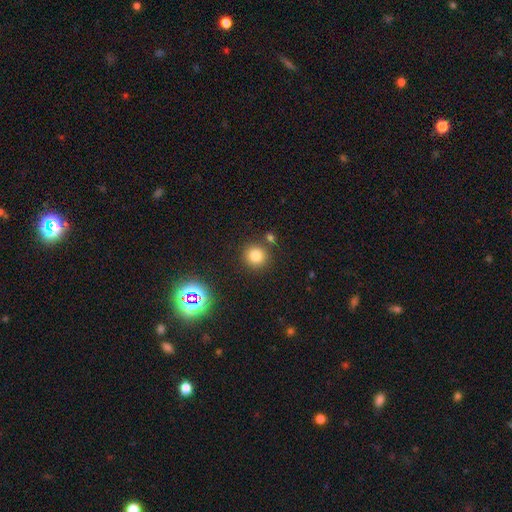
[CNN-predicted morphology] Smooth or featured?
  - smooth: 79% *
  - star or artifact: 15%
  - featured or disk: 6%
How rounded?
  - round: 92% *
  - in between: 7%
  - cigar-shaped: 1%
Merging?
  - none: 82% *
  - merger: 8%
  - minor disturbance: 7%
  - major disturbance: 3%